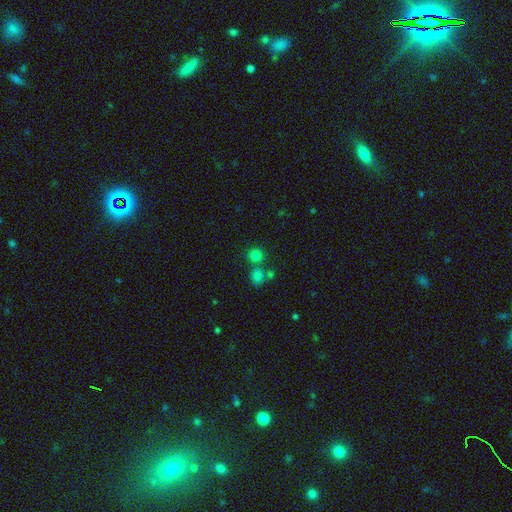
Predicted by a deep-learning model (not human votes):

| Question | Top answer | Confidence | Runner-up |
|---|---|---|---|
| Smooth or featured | smooth | 77% | star or artifact (17%) |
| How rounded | round | 87% | in between (12%) |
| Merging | none | 66% | merger (22%) |